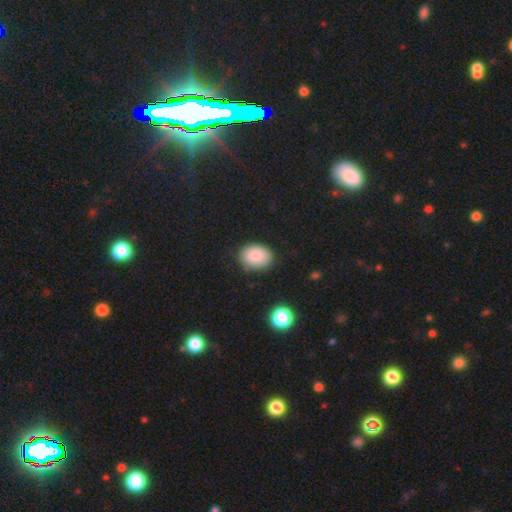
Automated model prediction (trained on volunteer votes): This appears to be a smooth galaxy with no disk features (86%) that is in between round and cigar-shaped (66%). Merging: none (83%).